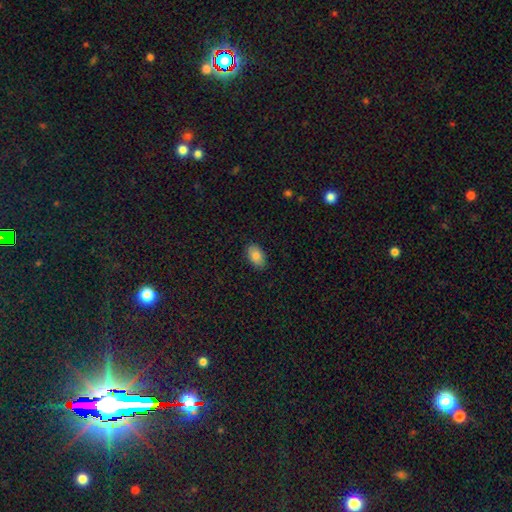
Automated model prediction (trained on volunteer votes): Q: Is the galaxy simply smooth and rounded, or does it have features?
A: smooth — 83%.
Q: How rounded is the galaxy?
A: in between — 92%.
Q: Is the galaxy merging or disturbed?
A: none — 87%.